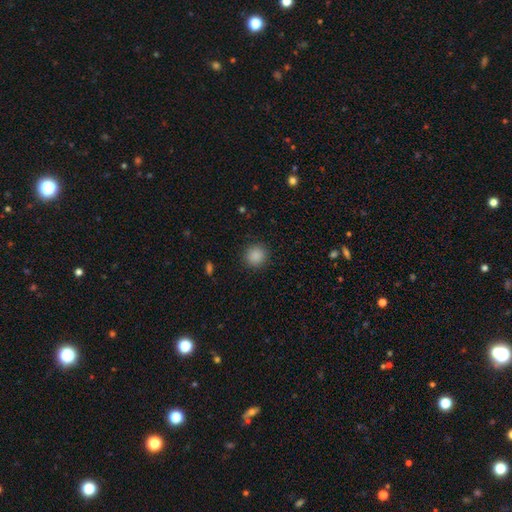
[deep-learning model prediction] The model was most divided on "smooth or featured": smooth: 88%, star or artifact: 10%, featured or disk: 3%. More confident: how rounded — round (92%); merging — none (91%).